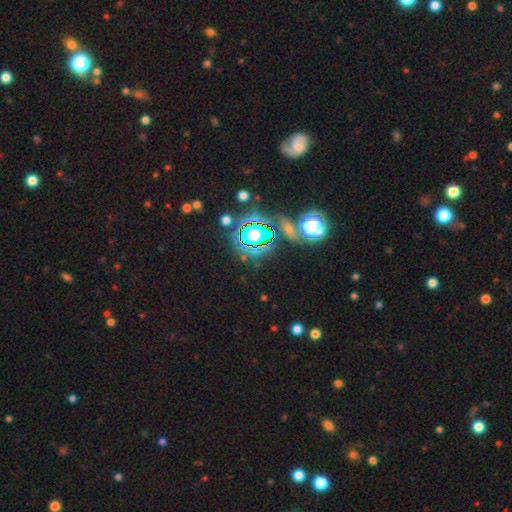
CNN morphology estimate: Smooth or featured? star or artifact (77%)